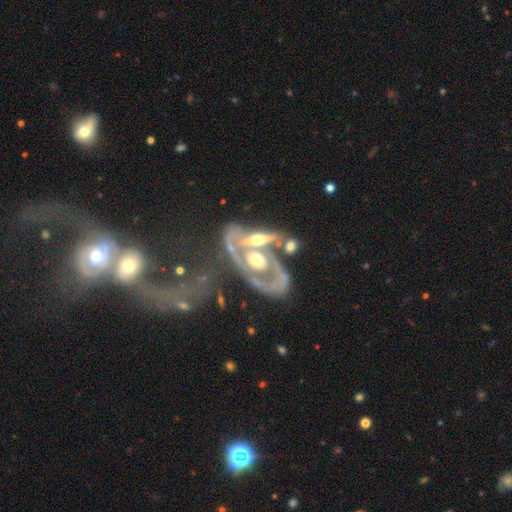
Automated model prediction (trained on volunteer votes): smooth-or-featured: featured or disk: 84% | smooth: 10% | star or artifact: 6%
  disk-edge-on: no: 91% | yes: 9%
    bar: no: 64% | weak: 22% | strong: 15%
    has-spiral-arms: yes: 62% | no: 38%
    bulge-size: moderate: 69% | small: 13% | large: 13% | none: 2% | dominant: 2%
  merging: merger: 48% | major disturbance: 26% | none: 16% | minor disturbance: 10%